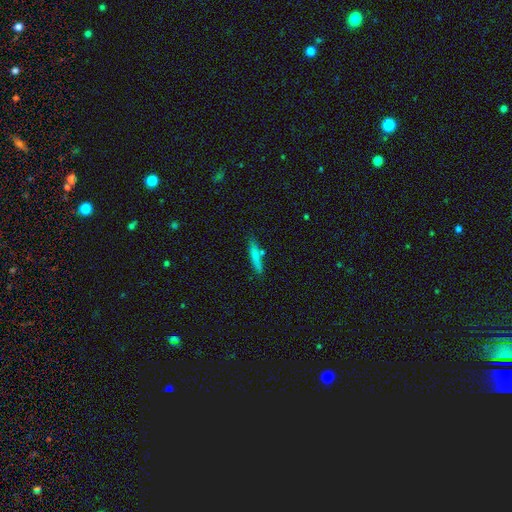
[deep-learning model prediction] Smooth or featured? Predicted: smooth (p=0.76). How rounded? Predicted: cigar-shaped (p=0.89). Merging? Predicted: none (p=0.80).